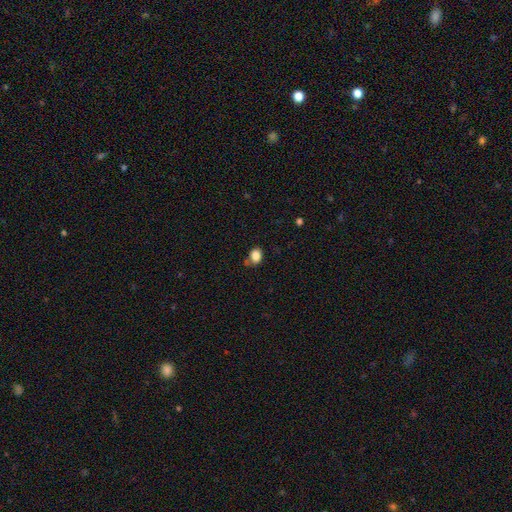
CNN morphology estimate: Smooth or featured? smooth (85%)
How rounded? in between (63%)
Merging? none (71%)